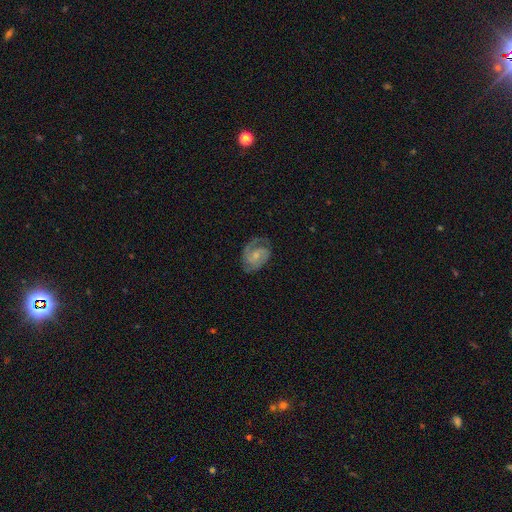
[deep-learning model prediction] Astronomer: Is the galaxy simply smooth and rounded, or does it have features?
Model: featured or disk — 82%.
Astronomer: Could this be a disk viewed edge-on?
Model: no — 98%.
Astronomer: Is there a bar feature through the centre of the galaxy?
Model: no — 51% (runner-up: weak, 42%).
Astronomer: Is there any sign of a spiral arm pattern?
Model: yes — 96%.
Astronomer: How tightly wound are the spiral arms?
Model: medium — 46% (runner-up: tight, 42%).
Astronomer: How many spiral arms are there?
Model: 2 — 78%.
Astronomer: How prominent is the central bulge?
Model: small — 50% (runner-up: moderate, 35%).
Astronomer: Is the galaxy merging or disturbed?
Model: none — 71%.